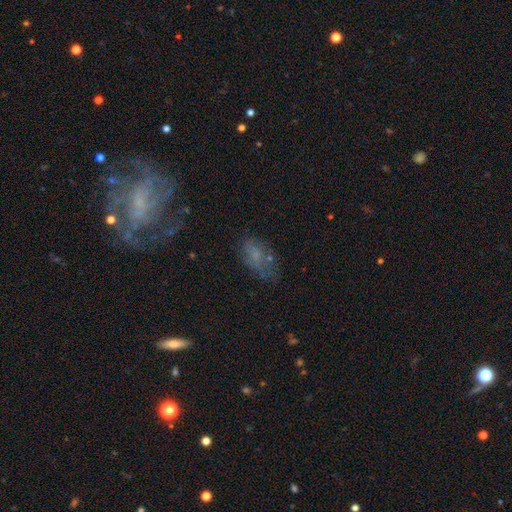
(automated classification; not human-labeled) Q: Smooth or featured?
A: smooth (53%); runner-up: featured or disk (29%)
Q: How rounded?
A: in between (87%); runner-up: round (7%)
Q: Merging?
A: none (48%); runner-up: minor disturbance (25%)